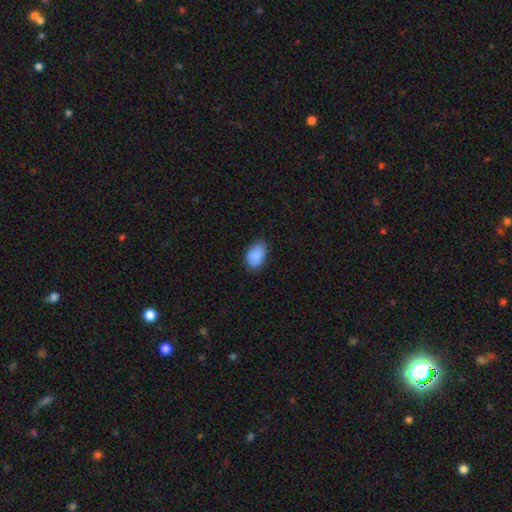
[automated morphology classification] A smooth galaxy with no disk features (89%) that is in between round and cigar-shaped (89%).

Vote fractions:
- Smooth or featured? smooth: 89% / star or artifact: 7% / featured or disk: 4%
- How rounded? in between: 89% / round: 9% / cigar-shaped: 1%
- Merging? none: 76% / minor disturbance: 20% / major disturbance: 3% / merger: 1%